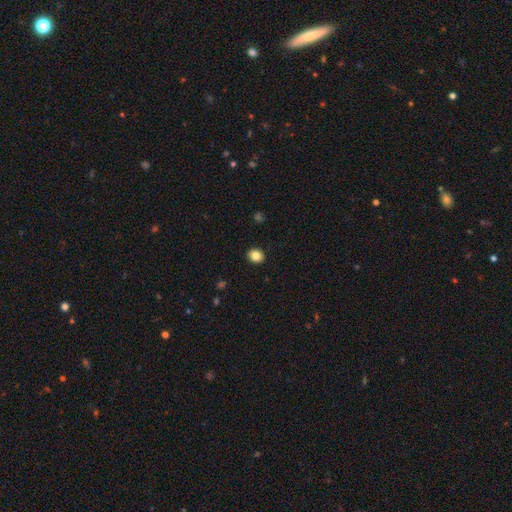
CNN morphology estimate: A smooth galaxy with no disk features (85%) that is round (61%).

Vote fractions:
- Smooth or featured? smooth: 85% / star or artifact: 10% / featured or disk: 6%
- How rounded? round: 61% / in between: 38% / cigar-shaped: 1%
- Merging? none: 91% / minor disturbance: 6% / major disturbance: 2% / merger: 1%